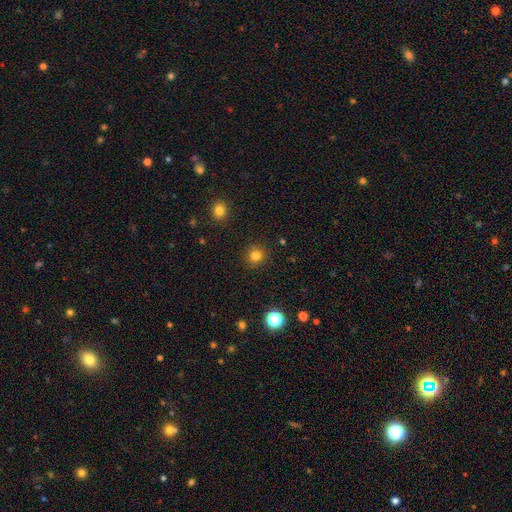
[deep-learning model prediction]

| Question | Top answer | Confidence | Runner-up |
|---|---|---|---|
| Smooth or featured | smooth | 80% | star or artifact (14%) |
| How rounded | round | 90% | in between (9%) |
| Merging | none | 89% | minor disturbance (7%) |